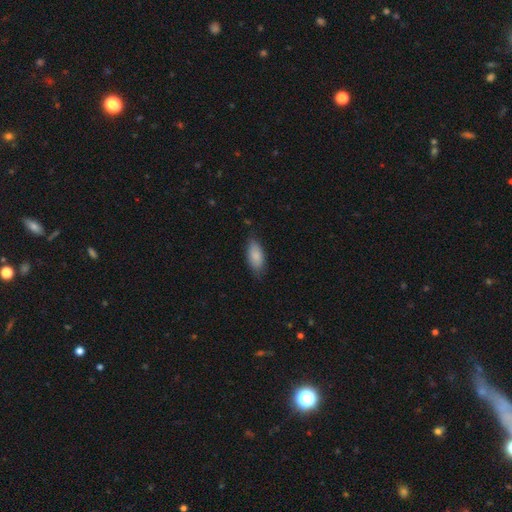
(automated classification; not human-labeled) Overall: smooth (84%). How rounded: in between (88%). Merging: none (74%).